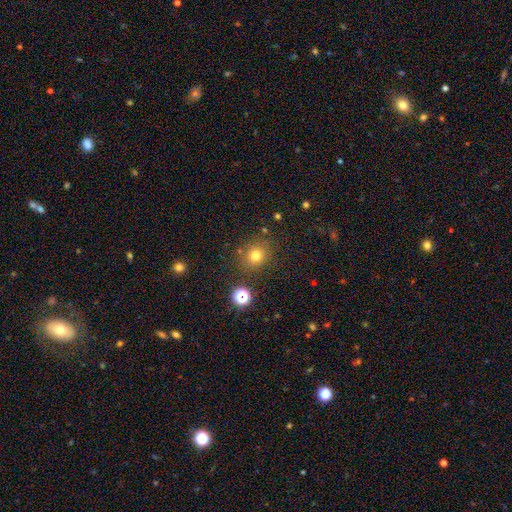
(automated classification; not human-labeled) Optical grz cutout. It shows a smooth galaxy with no disk features (74%) that is round (82%). Merging: none (82%).